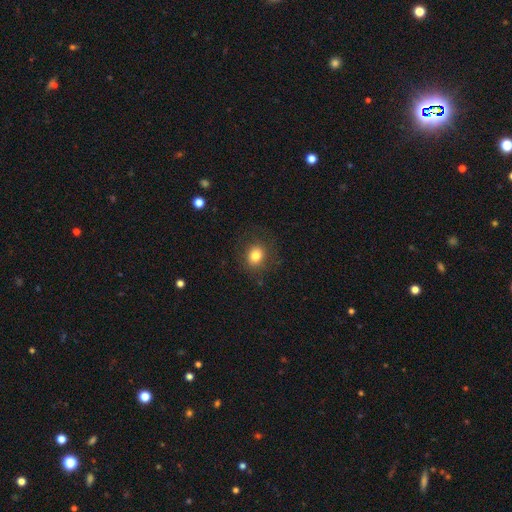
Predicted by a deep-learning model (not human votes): Smooth or featured? Predicted: smooth (p=0.81). How rounded? Predicted: round (p=0.73). Merging? Predicted: none (p=0.83).